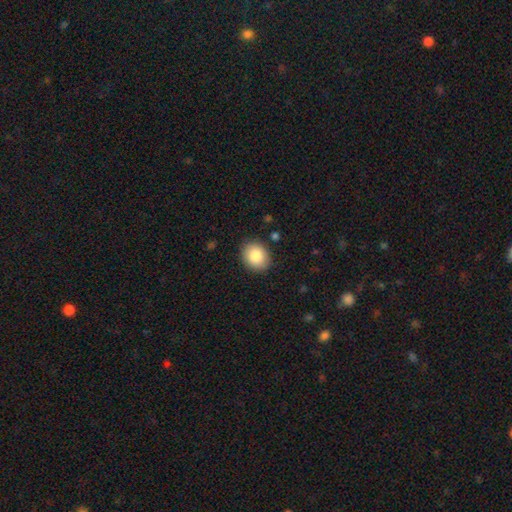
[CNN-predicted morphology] smooth-or-featured: smooth: 86% | star or artifact: 8% | featured or disk: 7%
  how-rounded: round: 59% | in between: 40% | cigar-shaped: 1%
  merging: none: 87% | minor disturbance: 9% | major disturbance: 2% | merger: 1%